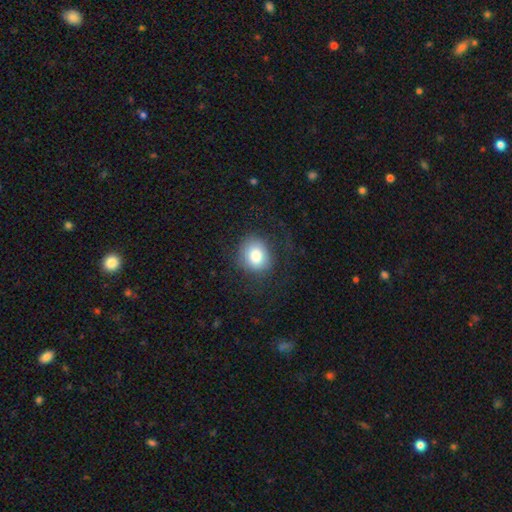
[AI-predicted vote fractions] This appears to be a smooth galaxy with no disk features (81%) that is round (68%). Merging: none (71%).